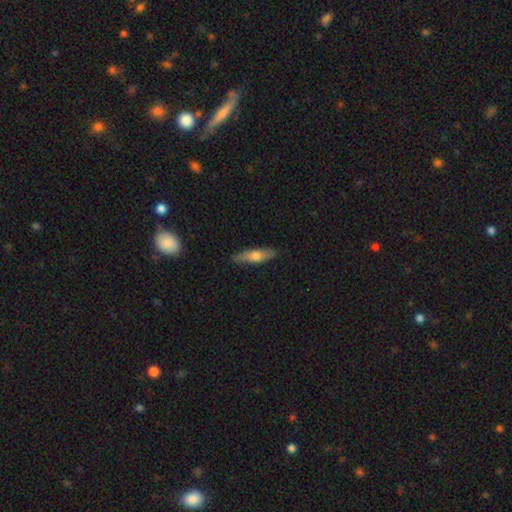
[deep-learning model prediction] Smooth or featured?
  - smooth: 58% *
  - featured or disk: 36%
  - star or artifact: 6%
How rounded?
  - cigar-shaped: 69% *
  - in between: 29%
  - round: 2%
Merging?
  - none: 87% *
  - minor disturbance: 10%
  - major disturbance: 2%
  - merger: 1%